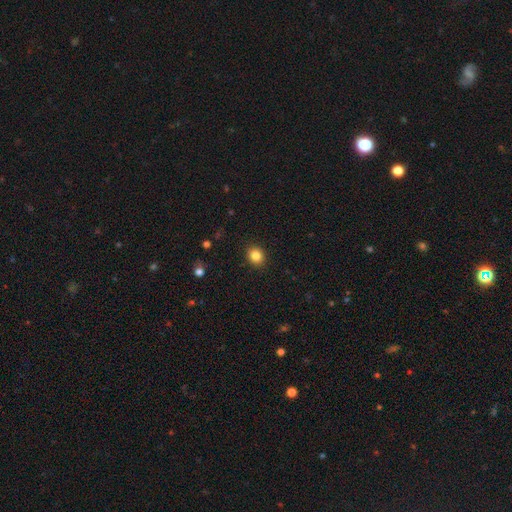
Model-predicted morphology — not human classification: A smooth galaxy with no disk features (85%) that is round (69%). Merging: none (91%).